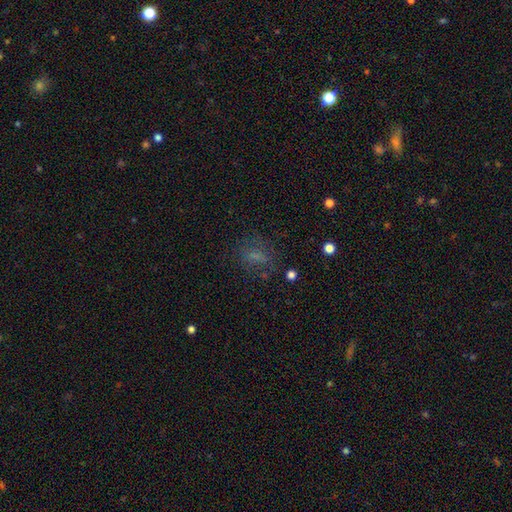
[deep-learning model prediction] Smooth or featured? Predicted: smooth (p=0.56). How rounded? Predicted: in between (p=0.58). Merging? Predicted: none (p=0.66).